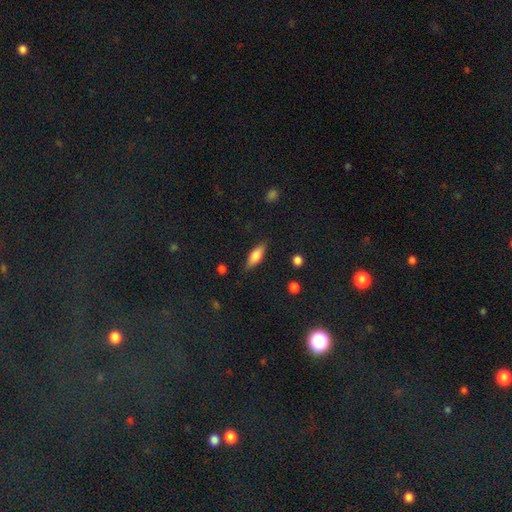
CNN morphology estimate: Smooth or featured? Predicted: smooth (p=0.66). How rounded? Predicted: in between (p=0.59). Merging? Predicted: none (p=0.83).